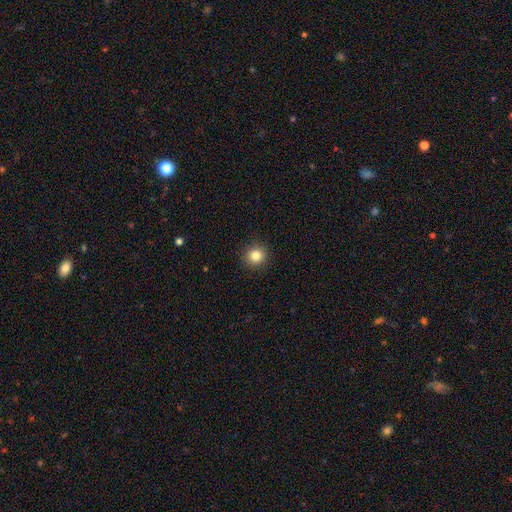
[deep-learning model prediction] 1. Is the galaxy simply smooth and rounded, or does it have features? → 83% smooth, 11% star or artifact, 5% featured or disk.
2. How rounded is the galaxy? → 93% round, 6% in between, 1% cigar-shaped.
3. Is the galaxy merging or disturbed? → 92% none, 5% minor disturbance, 2% major disturbance, 1% merger.